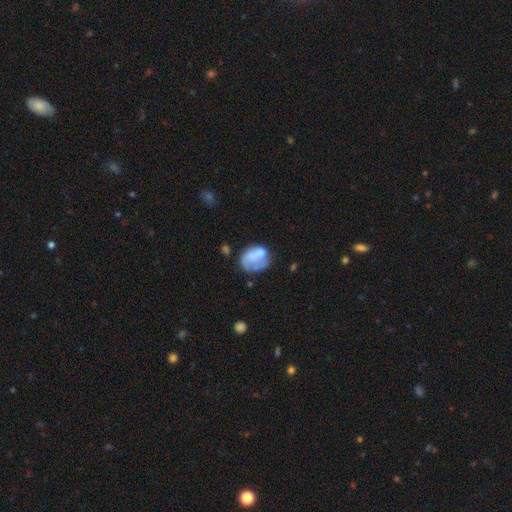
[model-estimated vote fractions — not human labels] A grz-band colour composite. It shows a smooth galaxy with no disk features (54%) that is in between round and cigar-shaped (52%). Merging: none (35%).